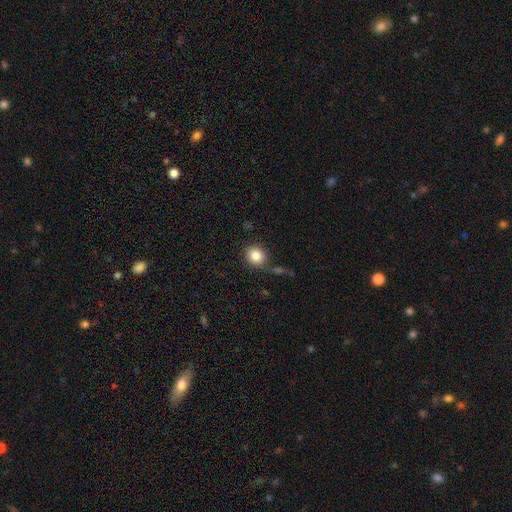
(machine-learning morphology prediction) The model was most divided on "merging": none: 76%, minor disturbance: 12%, merger: 7%, major disturbance: 5%. More confident: smooth or featured — smooth (84%); how rounded — round (83%).